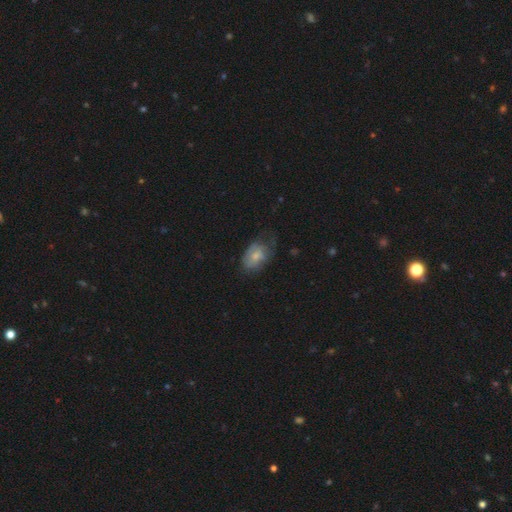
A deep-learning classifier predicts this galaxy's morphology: type=smooth (64%); roundness=in between (81%); merging=none (44%).